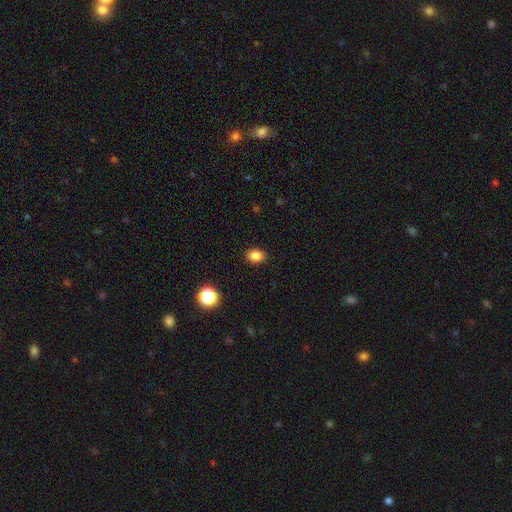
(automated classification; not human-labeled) Smooth or featured?
  - smooth: 82% *
  - star or artifact: 12%
  - featured or disk: 6%
How rounded?
  - in between: 67% *
  - round: 32%
  - cigar-shaped: 1%
Merging?
  - none: 89% *
  - minor disturbance: 8%
  - major disturbance: 2%
  - merger: 1%